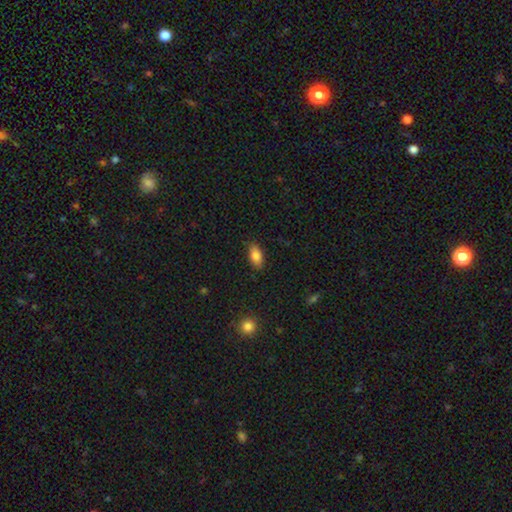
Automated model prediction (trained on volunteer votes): The model was most divided on "merging": none: 86%, minor disturbance: 10%, major disturbance: 2%, merger: 1%. More confident: how rounded — in between (90%); smooth or featured — smooth (84%).